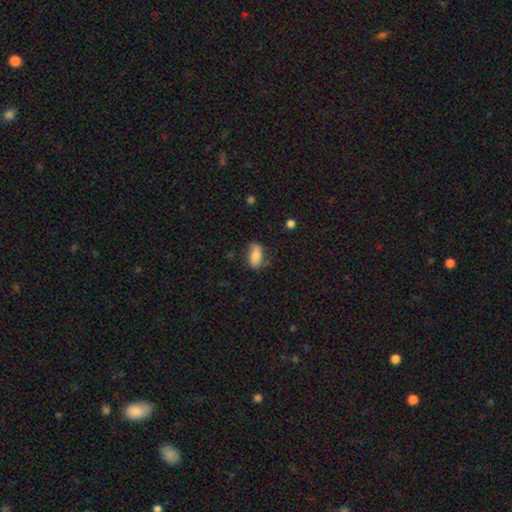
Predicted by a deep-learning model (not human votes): A smooth galaxy with no disk features (71%) that is in between round and cigar-shaped (88%).

Vote fractions:
- Smooth or featured? smooth: 71% / featured or disk: 21% / star or artifact: 8%
- How rounded? in between: 88% / cigar-shaped: 7% / round: 5%
- Merging? none: 62% / minor disturbance: 27% / major disturbance: 9% / merger: 2%